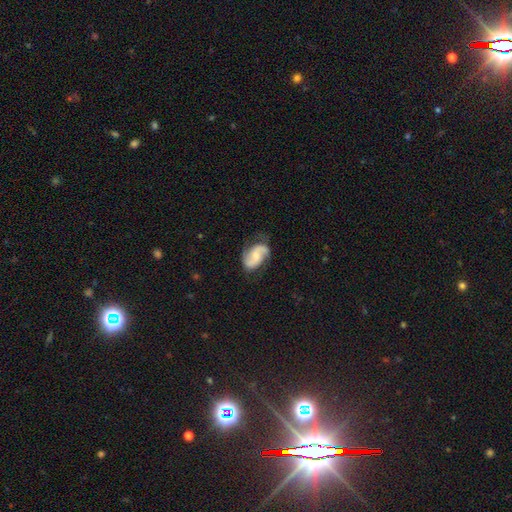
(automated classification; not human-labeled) featured or disk 78%, smooth 16%, star or artifact 6%. Down the decision tree: edge-on disk — no (98%); bar — no (49%); spiral arms — yes (96%); spiral arm count — 2 (90%); spiral winding — medium (44%); bulge size — small (44%); merging — none (67%).